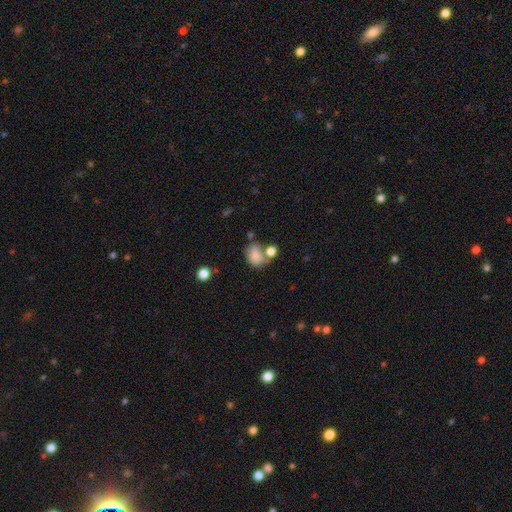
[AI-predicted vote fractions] Smooth or featured: smooth — 78% (featured or disk — 12%)
How rounded: in between — 61% (round — 38%)
Merging: none — 39% (merger — 30%)